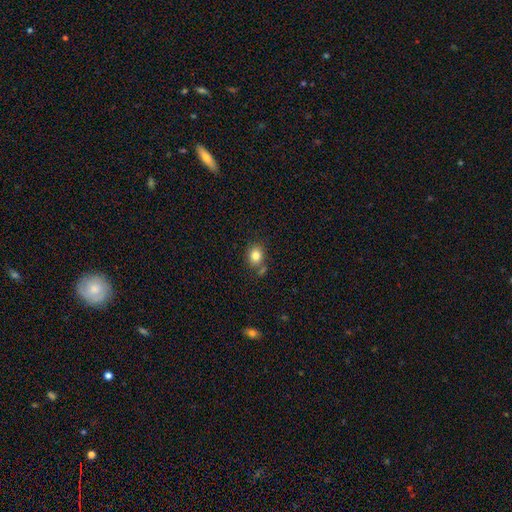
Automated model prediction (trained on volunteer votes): Smooth or featured? Predicted: smooth (p=0.82). How rounded? Predicted: round (p=0.61). Merging? Predicted: none (p=0.69).